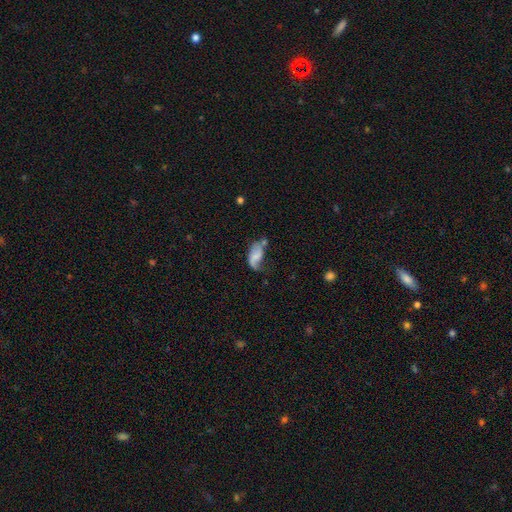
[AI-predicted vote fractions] Overall: smooth (46%; featured or disk 45%). Merging: none (29%, tied with minor disturbance).